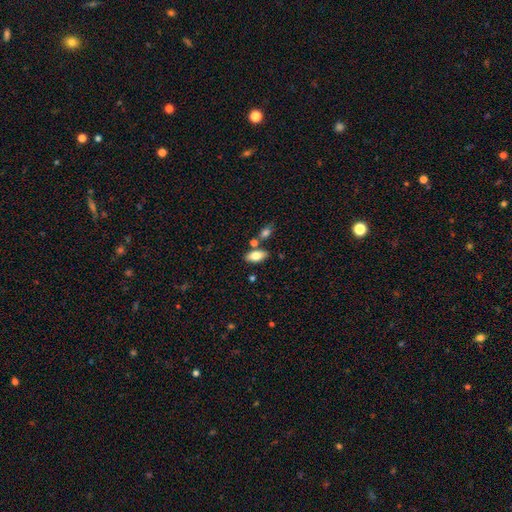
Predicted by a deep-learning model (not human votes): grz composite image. It shows a smooth galaxy with no disk features (77%) that is in between round and cigar-shaped (90%). Merging: none (74%).